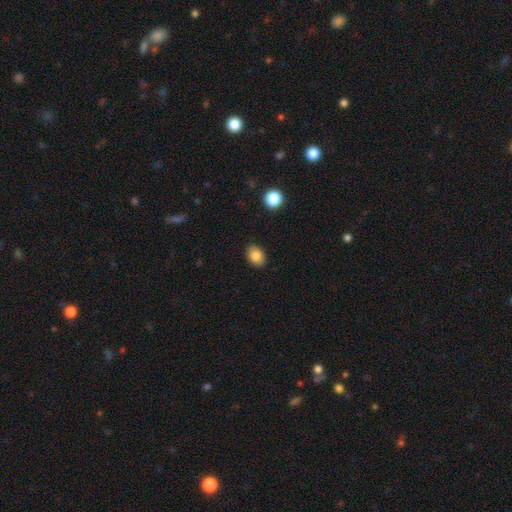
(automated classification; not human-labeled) Morphology: type=smooth (84%); roundness=in between (77%); merging=none (88%).